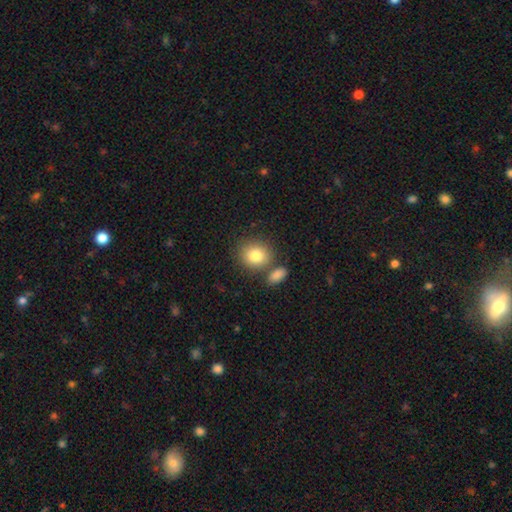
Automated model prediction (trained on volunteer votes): Overall: smooth (83%). How rounded: round (74%). Merging: none (67%).